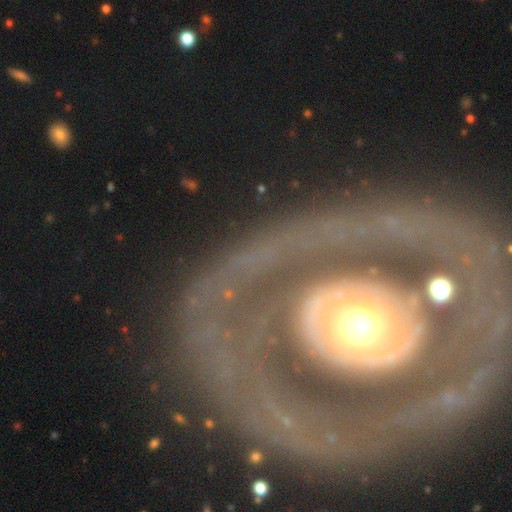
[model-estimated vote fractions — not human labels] Q: Smooth or featured?
A: featured or disk (78%); runner-up: smooth (14%)
Q: Edge-on disk?
A: no (92%); runner-up: yes (8%)
Q: Bar?
A: no (77%); runner-up: weak (12%)
Q: Spiral arms?
A: yes (52%); runner-up: no (48%)
Q: Bulge size?
A: moderate (61%); runner-up: large (27%)
Q: Merging?
A: none (67%); runner-up: major disturbance (17%)